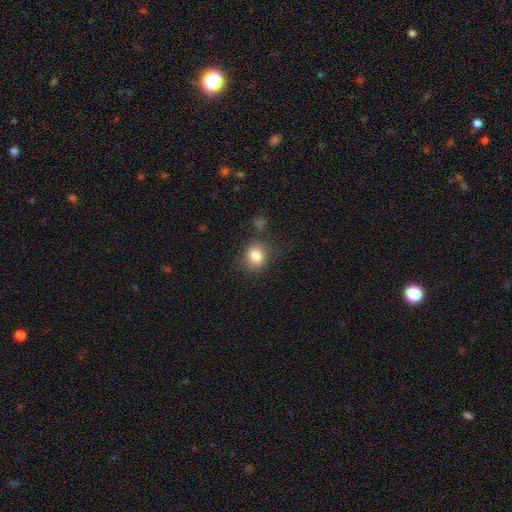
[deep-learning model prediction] Smooth or featured? Predicted: smooth (p=0.83). How rounded? Predicted: round (p=0.65). Merging? Predicted: none (p=0.76).